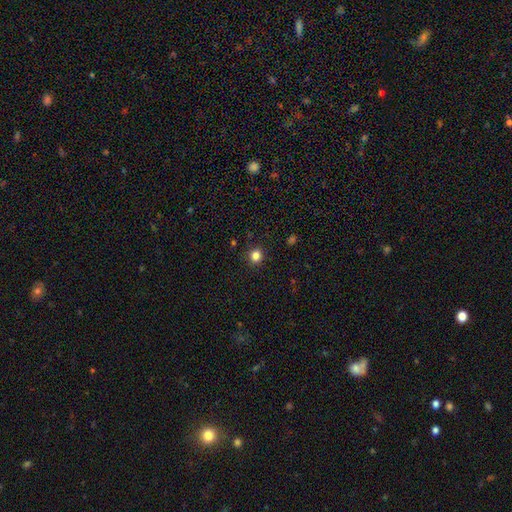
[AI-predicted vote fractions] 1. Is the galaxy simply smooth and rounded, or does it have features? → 83% smooth, 13% star or artifact, 4% featured or disk.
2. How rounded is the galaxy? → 83% round, 16% in between, 1% cigar-shaped.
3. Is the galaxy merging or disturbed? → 89% none, 7% minor disturbance, 2% major disturbance, 1% merger.